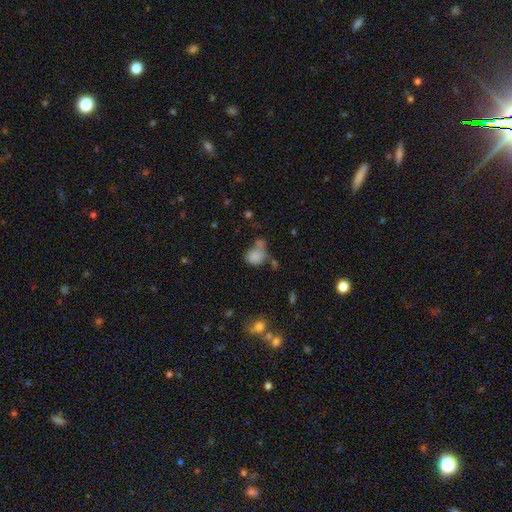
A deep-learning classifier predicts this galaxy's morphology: smooth 80%, star or artifact 12%, featured or disk 8%. Down the decision tree: how rounded — round (55%); merging — none (41%).